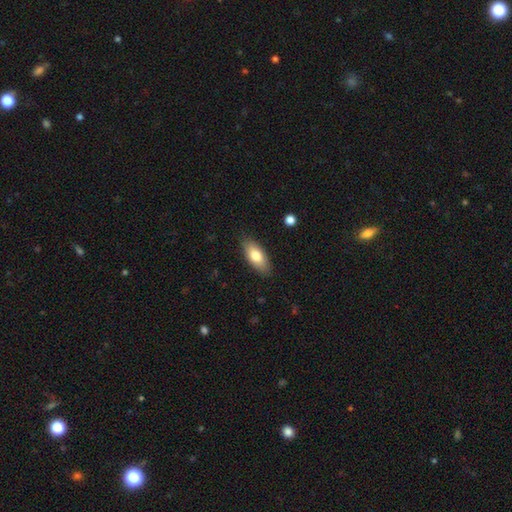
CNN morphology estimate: Smooth or featured? smooth (77%)
How rounded? in between (84%)
Merging? none (86%)